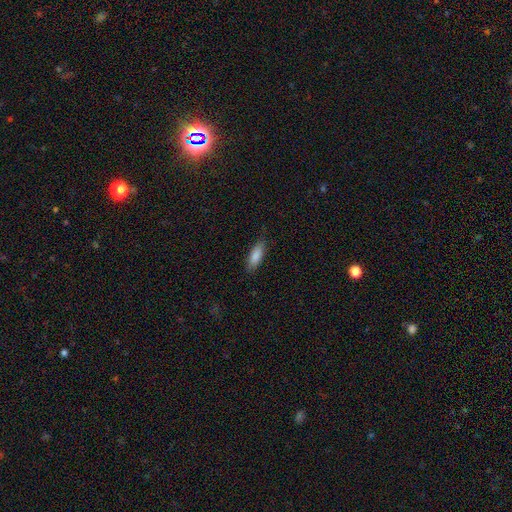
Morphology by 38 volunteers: Q: Smooth or featured?
A: smooth (89%); runner-up: featured or disk (11%)
Q: How rounded?
A: in between (59%); runner-up: cigar-shaped (38%)
Q: Merging?
A: none (82%); runner-up: minor disturbance (16%)